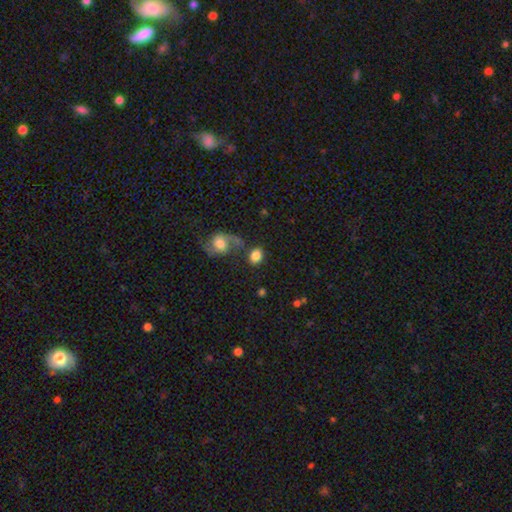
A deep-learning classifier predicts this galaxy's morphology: Smooth or featured? smooth (80%)
How rounded? in between (60%)
Merging? none (62%)